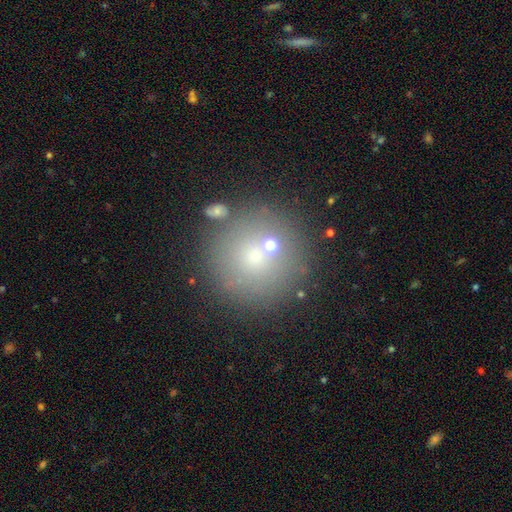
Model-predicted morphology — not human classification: Smooth or featured? Predicted: smooth (p=0.63). How rounded? Predicted: round (p=0.95). Merging? Predicted: none (p=0.77).